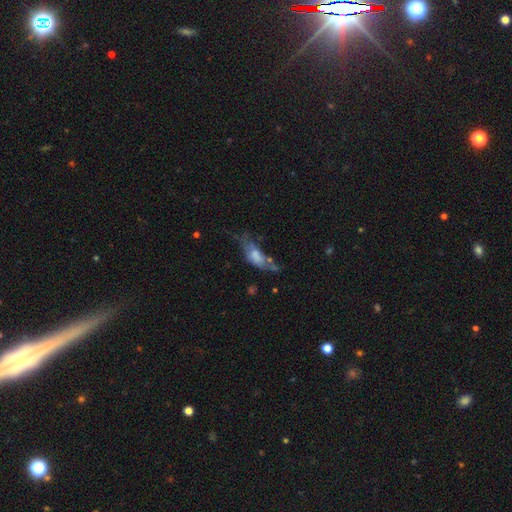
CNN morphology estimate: The model was most divided on "merging": major disturbance: 35%, minor disturbance: 26%, none: 24%, merger: 15%. More confident: how rounded — in between (74%); smooth or featured — smooth (55%).